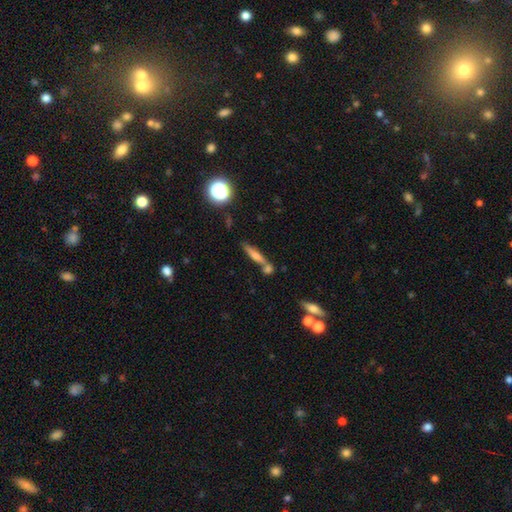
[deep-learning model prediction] This appears to be a smooth galaxy with no disk features (45%). Merging: none (59%).